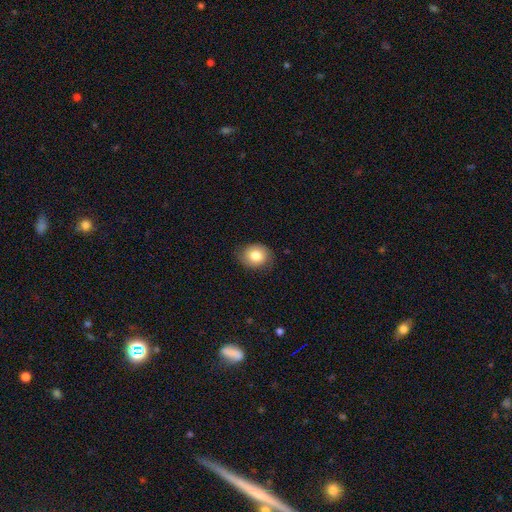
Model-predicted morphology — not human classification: Smooth or featured? Predicted: smooth (p=0.77). How rounded? Predicted: round (p=0.65). Merging? Predicted: none (p=0.78).